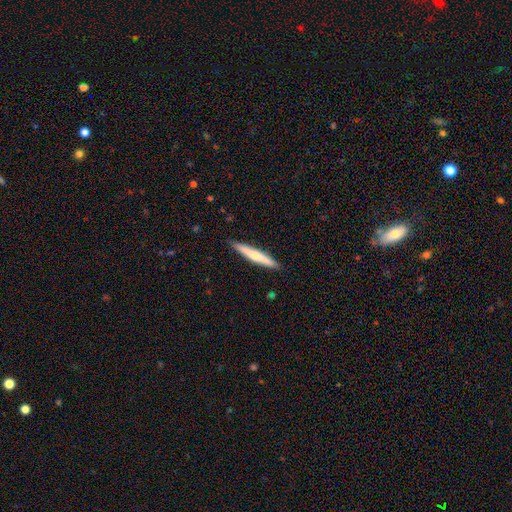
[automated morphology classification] smooth 55%, featured or disk 40%, star or artifact 5%. Down the decision tree: how rounded — cigar-shaped (94%); merging — none (90%).